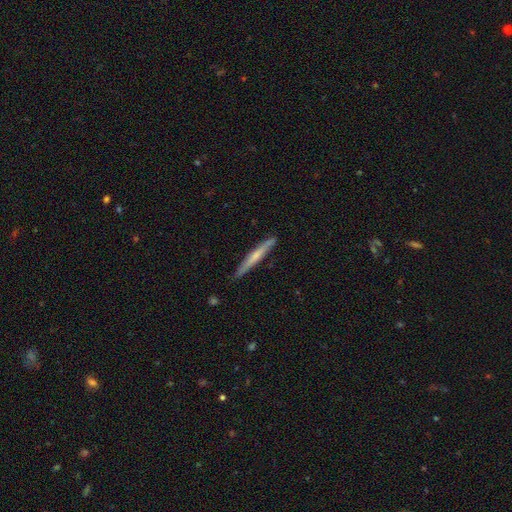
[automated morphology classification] smooth-or-featured: featured or disk: 48% | smooth: 47% | star or artifact: 5%
  merging: none: 86% | minor disturbance: 11% | major disturbance: 2% | merger: 1%